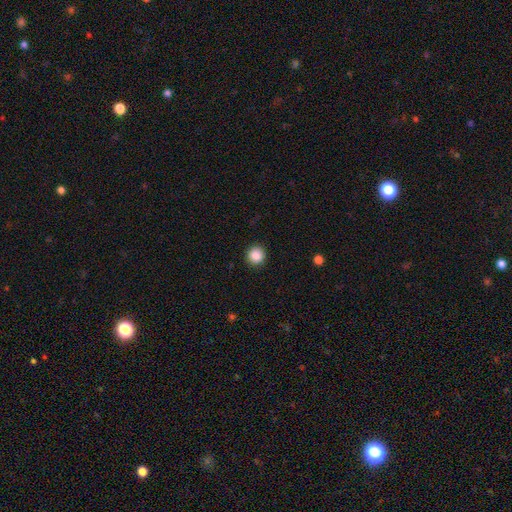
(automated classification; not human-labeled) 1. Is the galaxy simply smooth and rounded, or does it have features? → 88% smooth, 9% star or artifact, 3% featured or disk.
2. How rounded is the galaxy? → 94% round, 5% in between, 1% cigar-shaped.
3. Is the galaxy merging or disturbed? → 92% none, 5% minor disturbance, 2% major disturbance, 1% merger.